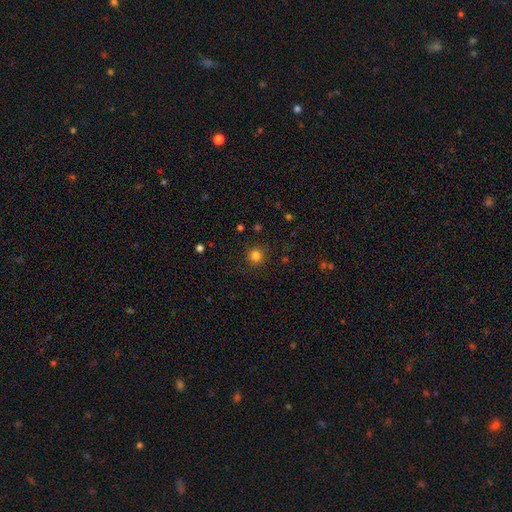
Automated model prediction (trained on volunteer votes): Smooth or featured? Predicted: smooth (p=0.82). How rounded? Predicted: round (p=0.94). Merging? Predicted: none (p=0.89).